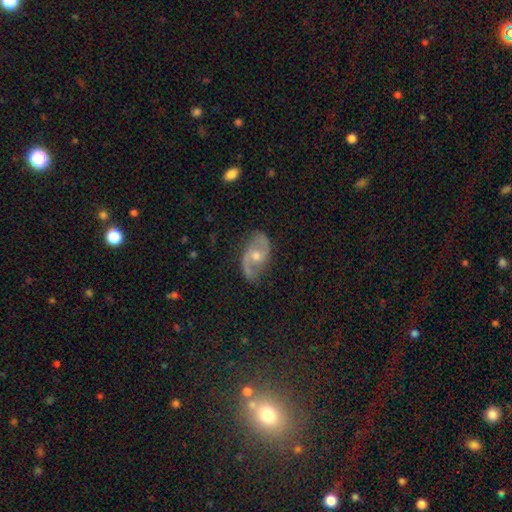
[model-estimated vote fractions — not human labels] Smooth or featured? featured or disk (83%)
Edge-on disk? no (96%)
Bar? no (61%)
Spiral arms? yes (94%)
Spiral winding? medium (45%)
Spiral arm count? 2 (91%)
Bulge size? moderate (64%)
Merging? none (77%)